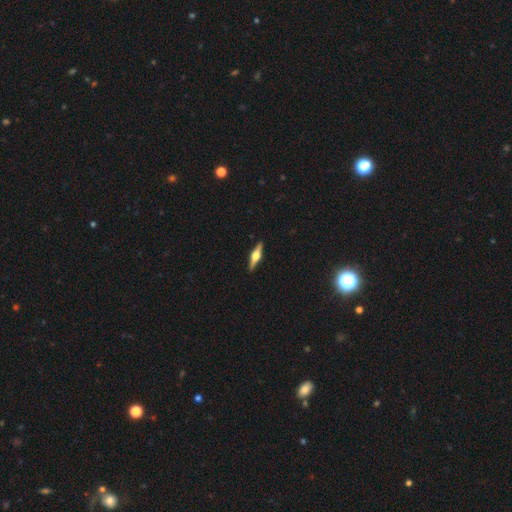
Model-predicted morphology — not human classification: This appears to be a featured or disk galaxy (74%) viewed edge-on (97%) with a rounded central bulge (94%). Merging: none (91%).